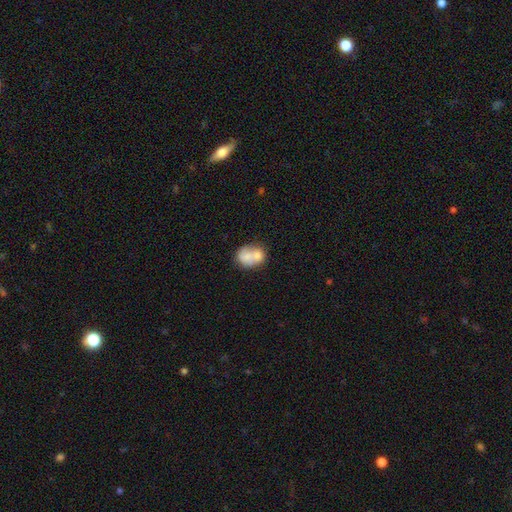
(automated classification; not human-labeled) smooth-or-featured: smooth: 66% | featured or disk: 25% | star or artifact: 8%
  how-rounded: in between: 57% | round: 42% | cigar-shaped: 1%
  merging: merger: 55% | none: 27% | minor disturbance: 12% | major disturbance: 6%